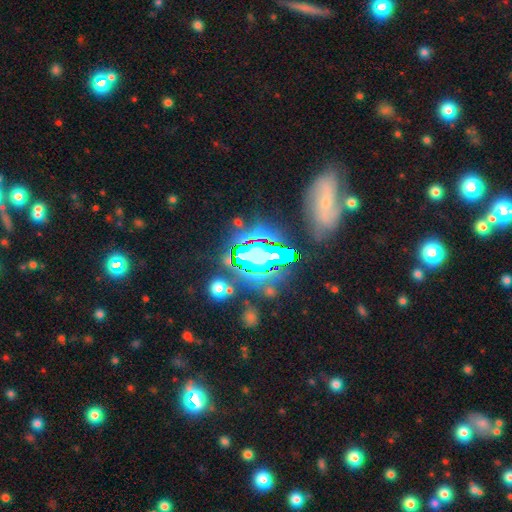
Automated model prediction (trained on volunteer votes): This appears to be a star or artifact, not a galaxy (63%).